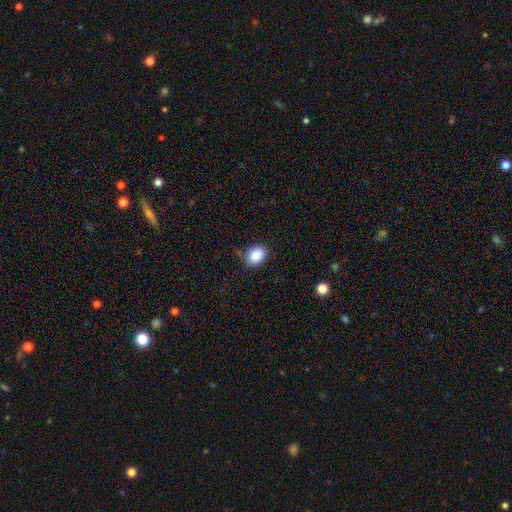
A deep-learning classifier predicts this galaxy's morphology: Overall: smooth (87%). How rounded: in between (59%; round 40%). Merging: none (83%).